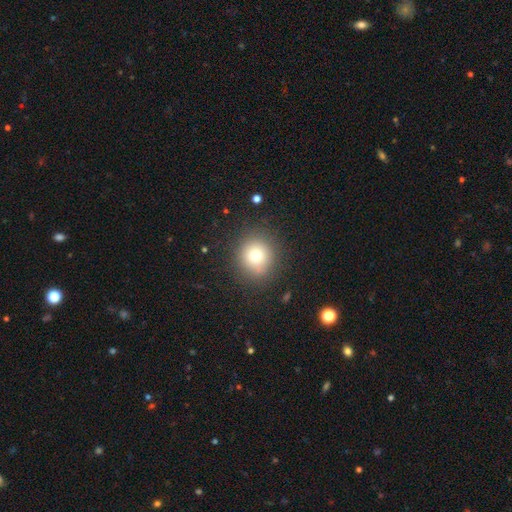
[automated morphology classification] smooth-or-featured: smooth: 74% | star or artifact: 14% | featured or disk: 12%
  how-rounded: round: 87% | in between: 12% | cigar-shaped: 1%
  merging: none: 85% | minor disturbance: 10% | major disturbance: 4% | merger: 2%